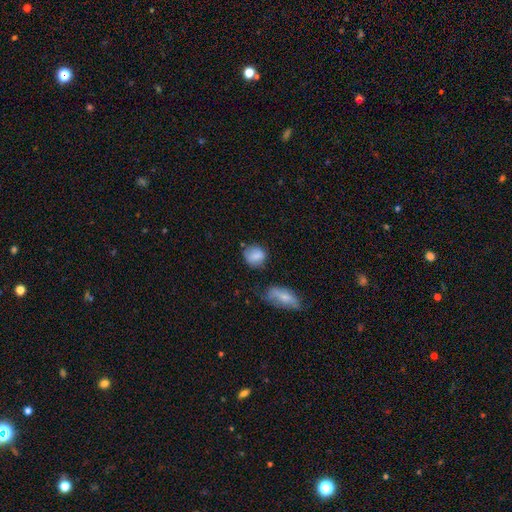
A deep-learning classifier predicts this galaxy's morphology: smooth_or_featured: smooth (p=0.79) [alt: featured or disk p=0.13]
how_rounded: round (p=0.65) [alt: in between p=0.33]
merging: none (p=0.62) [alt: minor disturbance p=0.25]